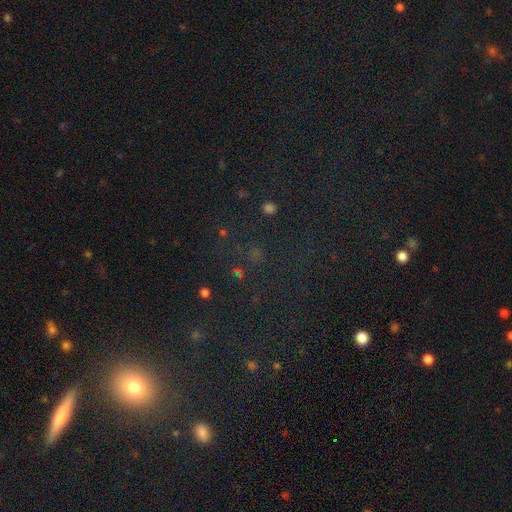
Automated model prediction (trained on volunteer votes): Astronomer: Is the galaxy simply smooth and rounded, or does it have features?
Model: star or artifact — 65%.